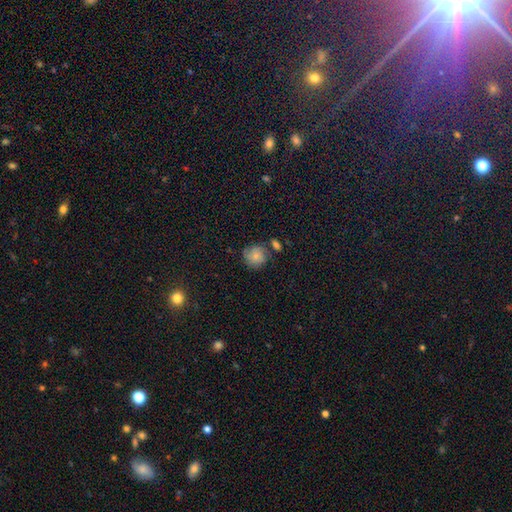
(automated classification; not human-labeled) smooth-or-featured: smooth: 74% | featured or disk: 17% | star or artifact: 9%
  how-rounded: round: 86% | in between: 13% | cigar-shaped: 1%
  merging: none: 62% | minor disturbance: 21% | merger: 11% | major disturbance: 6%